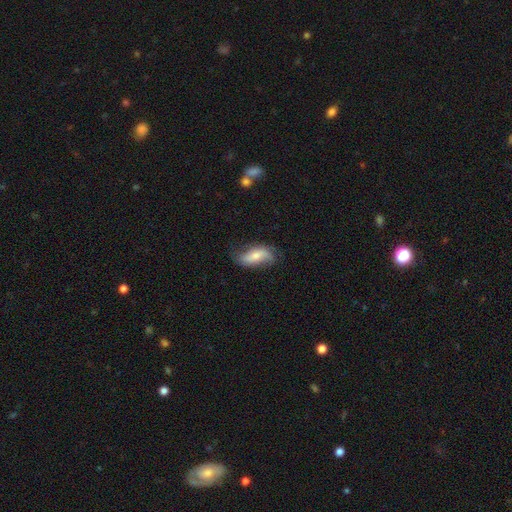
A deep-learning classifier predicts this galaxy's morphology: A smooth galaxy with no disk features (47%).

Vote fractions:
- Smooth or featured? smooth: 47% / featured or disk: 46% / star or artifact: 7%
- Merging? none: 64% / minor disturbance: 26% / major disturbance: 8% / merger: 2%